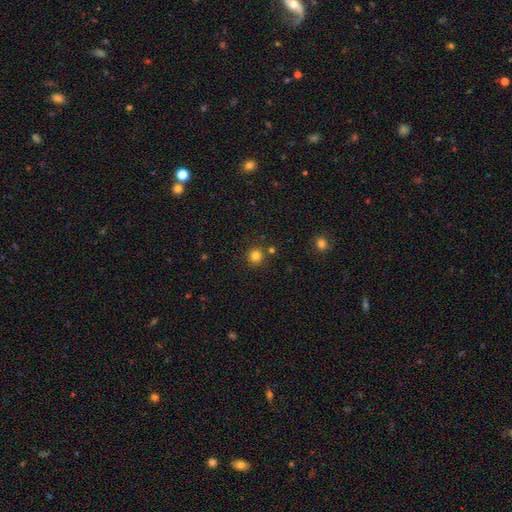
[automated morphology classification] Smooth or featured? smooth (81%)
How rounded? round (94%)
Merging? none (85%)